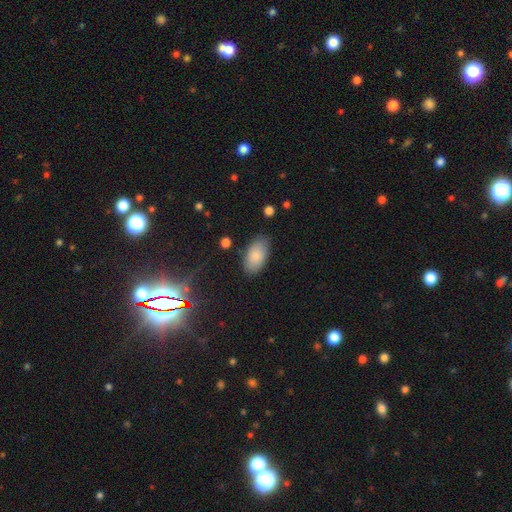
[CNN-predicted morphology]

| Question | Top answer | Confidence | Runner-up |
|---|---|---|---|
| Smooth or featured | smooth | 84% | featured or disk (9%) |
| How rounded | in between | 95% | round (3%) |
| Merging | none | 80% | minor disturbance (15%) |